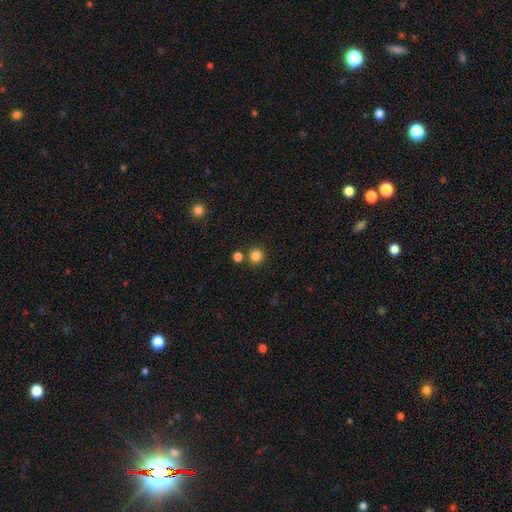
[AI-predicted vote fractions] A smooth galaxy with no disk features (84%) that is round (93%).

Vote fractions:
- Smooth or featured? smooth: 84% / star or artifact: 13% / featured or disk: 4%
- How rounded? round: 93% / in between: 6% / cigar-shaped: 1%
- Merging? none: 83% / merger: 8% / minor disturbance: 6% / major disturbance: 2%